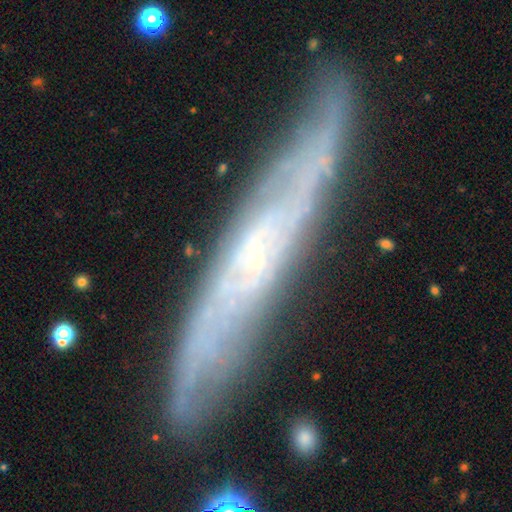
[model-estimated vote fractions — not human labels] smooth-or-featured: featured or disk: 80% | smooth: 13% | star or artifact: 6%
  disk-edge-on: yes: 56% | no: 44%
  merging: none: 78% | minor disturbance: 15% | major disturbance: 4% | merger: 2%